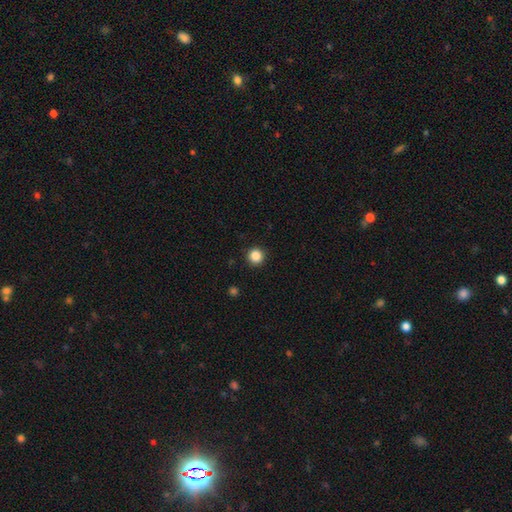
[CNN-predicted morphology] A smooth galaxy with no disk features (86%) that is round (95%).

Vote fractions:
- Smooth or featured? smooth: 86% / star or artifact: 11% / featured or disk: 3%
- How rounded? round: 95% / in between: 4% / cigar-shaped: 1%
- Merging? none: 93% / minor disturbance: 5% / major disturbance: 2% / merger: 1%